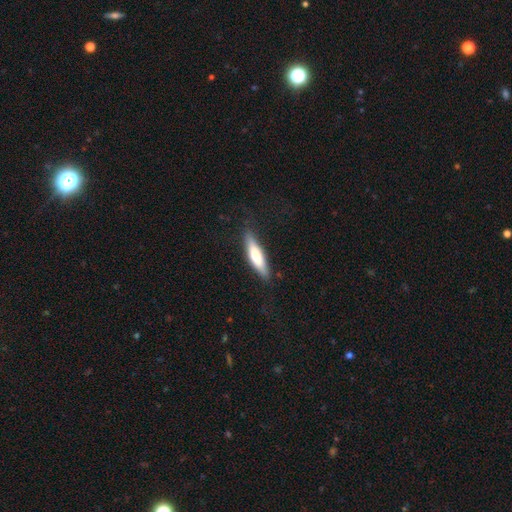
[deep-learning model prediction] smooth 63%, featured or disk 32%, star or artifact 5%. Down the decision tree: how rounded — cigar-shaped (70%); merging — none (83%).